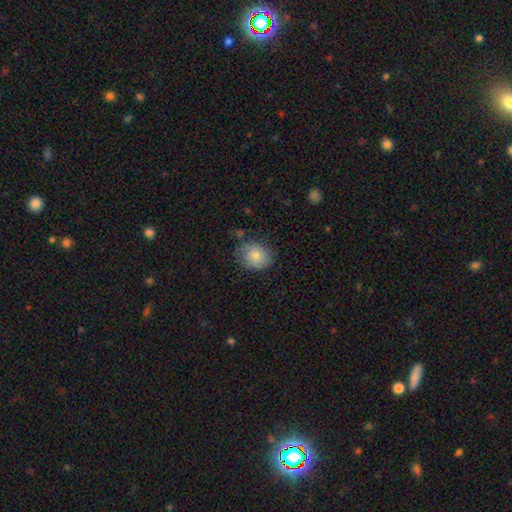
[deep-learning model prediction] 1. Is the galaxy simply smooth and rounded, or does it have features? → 80% smooth, 13% featured or disk, 7% star or artifact.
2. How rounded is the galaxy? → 58% round, 41% in between, 1% cigar-shaped.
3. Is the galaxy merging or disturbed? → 64% none, 26% minor disturbance, 7% major disturbance, 3% merger.